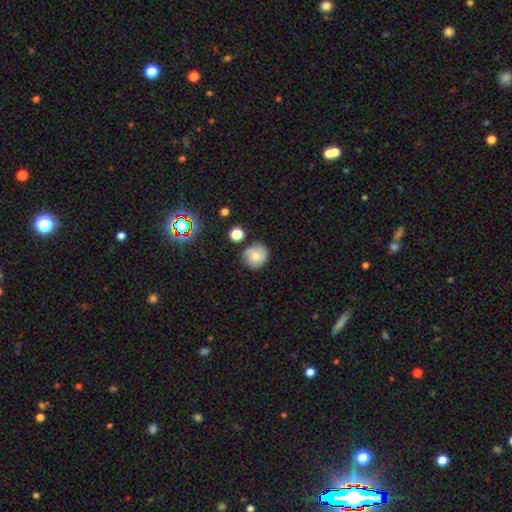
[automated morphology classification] Smooth or featured? Predicted: smooth (p=0.70). How rounded? Predicted: round (p=0.89). Merging? Predicted: none (p=0.72).